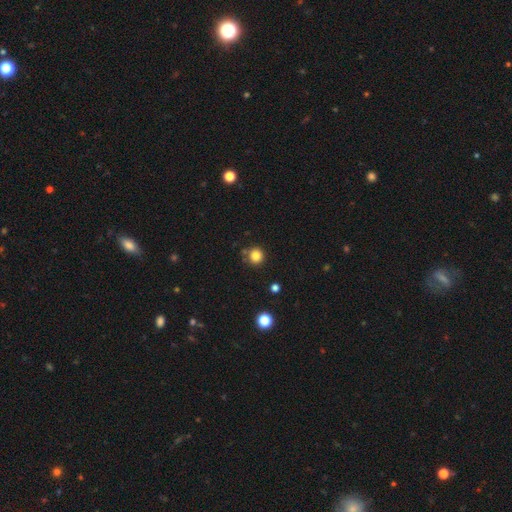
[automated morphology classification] Overall: smooth (83%). How rounded: round (93%). Merging: none (80%).